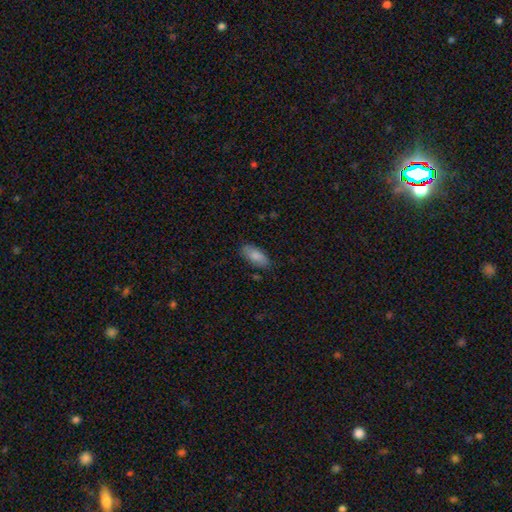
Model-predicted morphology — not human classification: The model was most divided on "merging": none: 81%, minor disturbance: 15%, major disturbance: 3%, merger: 2%. More confident: how rounded — in between (89%); smooth or featured — smooth (85%).